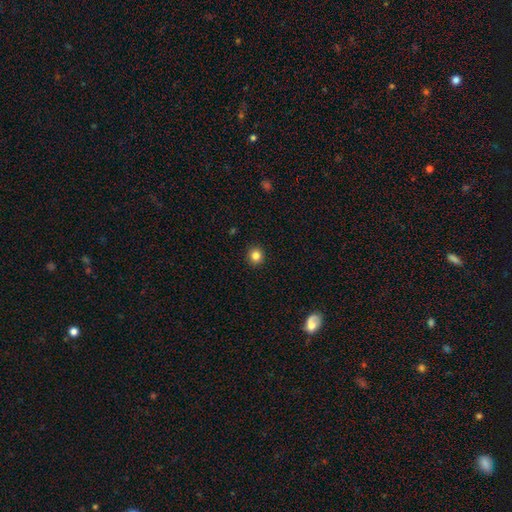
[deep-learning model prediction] Overall: smooth (83%). How rounded: round (92%). Merging: none (93%).